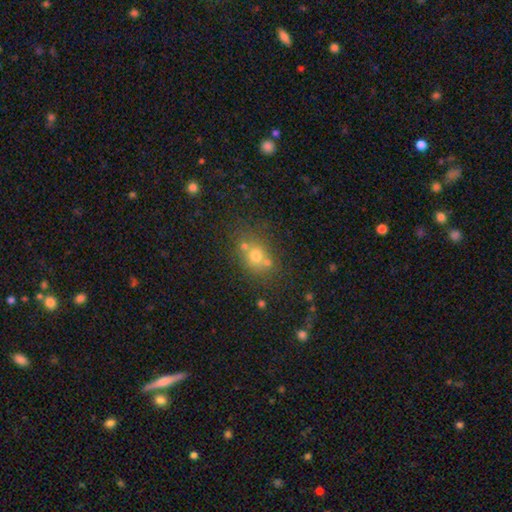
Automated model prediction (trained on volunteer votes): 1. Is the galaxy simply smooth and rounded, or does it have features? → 66% smooth, 18% star or artifact, 16% featured or disk.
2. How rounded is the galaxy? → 65% round, 34% in between, 1% cigar-shaped.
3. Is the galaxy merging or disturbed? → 57% none, 25% merger, 12% minor disturbance, 5% major disturbance.